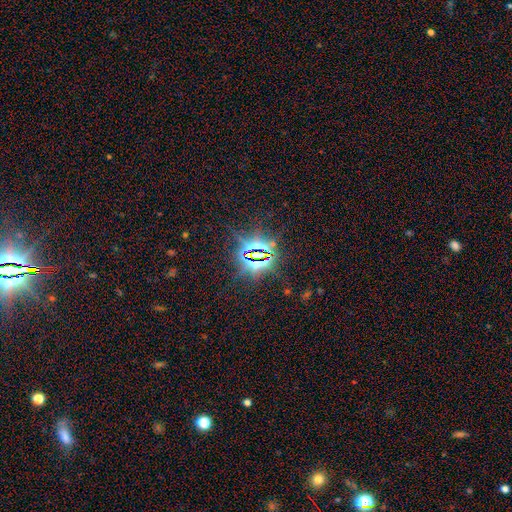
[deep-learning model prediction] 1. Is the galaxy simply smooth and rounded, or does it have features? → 83% star or artifact, 10% smooth, 8% featured or disk.